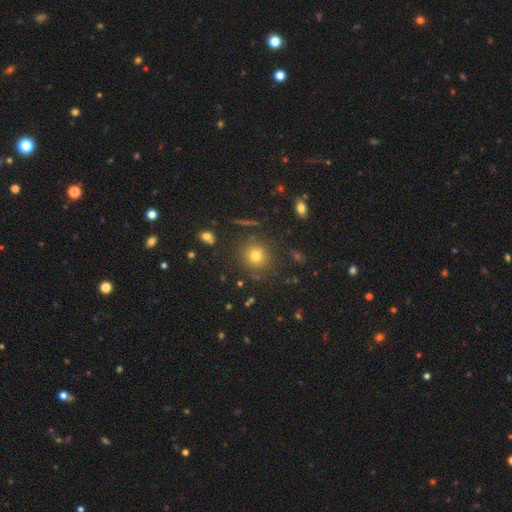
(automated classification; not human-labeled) Smooth or featured?
  - smooth: 71% *
  - star or artifact: 19%
  - featured or disk: 9%
How rounded?
  - round: 91% *
  - in between: 8%
  - cigar-shaped: 1%
Merging?
  - none: 85% *
  - minor disturbance: 8%
  - merger: 3%
  - major disturbance: 3%